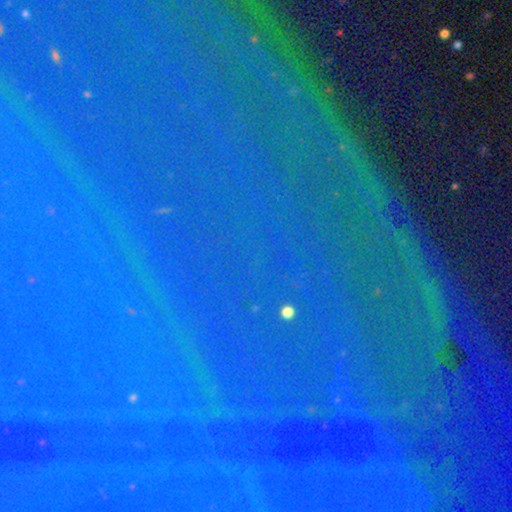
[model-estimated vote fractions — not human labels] This is clearly a star or artifact rather than a galaxy (82%).